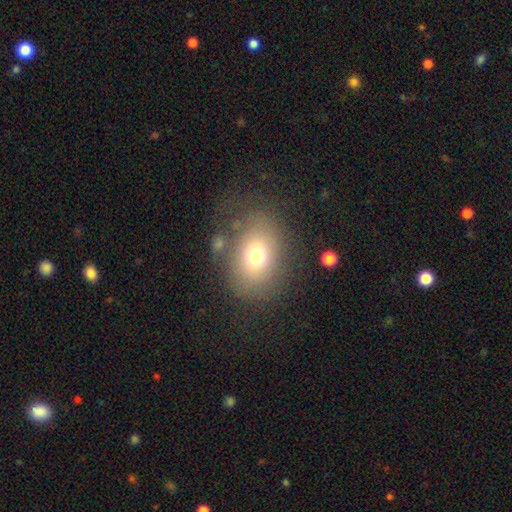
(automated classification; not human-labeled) Smooth or featured? Predicted: smooth (p=0.70). How rounded? Predicted: in between (p=0.59). Merging? Predicted: none (p=0.67).